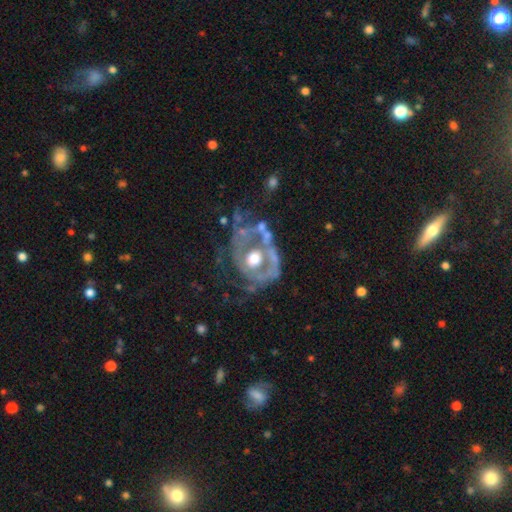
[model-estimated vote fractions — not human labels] smooth-or-featured: featured or disk: 78% | smooth: 14% | star or artifact: 8%
  disk-edge-on: no: 96% | yes: 4%
    bar: no: 77% | weak: 16% | strong: 7%
    has-spiral-arms: no: 50% (tied) | yes: 50% (tied)
    bulge-size: moderate: 69% | large: 14% | small: 12% | none: 2% | dominant: 2%
  merging: none: 36% | major disturbance: 34% | minor disturbance: 19% | merger: 11%